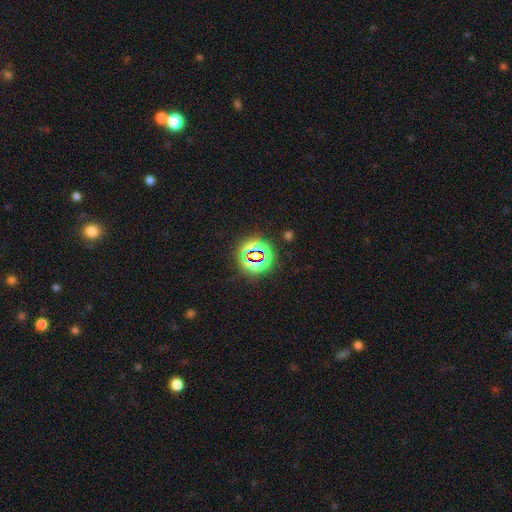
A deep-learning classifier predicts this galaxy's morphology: This is likely a star or artifact rather than a galaxy (71%).